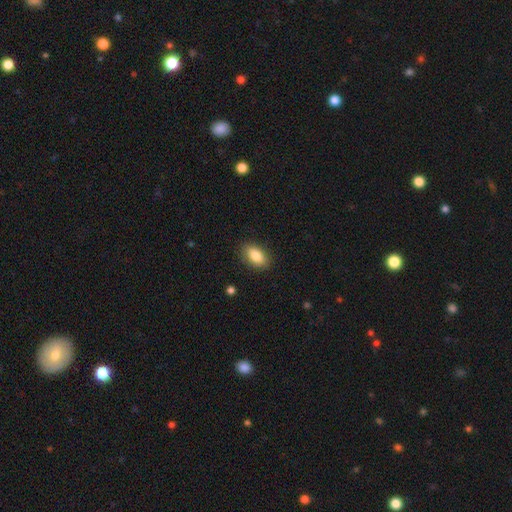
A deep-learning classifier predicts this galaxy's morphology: A smooth galaxy with no disk features (85%) that is in between round and cigar-shaped (91%). Merging: none (87%).